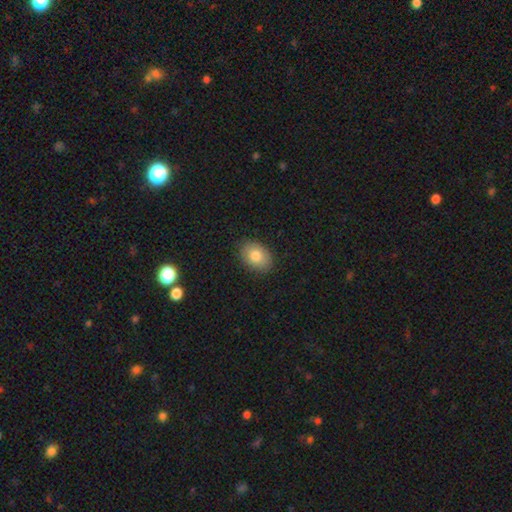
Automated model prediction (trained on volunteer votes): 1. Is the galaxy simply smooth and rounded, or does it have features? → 82% smooth, 11% featured or disk, 8% star or artifact.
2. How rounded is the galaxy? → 78% in between, 21% round, 1% cigar-shaped.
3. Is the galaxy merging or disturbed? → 86% none, 11% minor disturbance, 2% major disturbance, 1% merger.